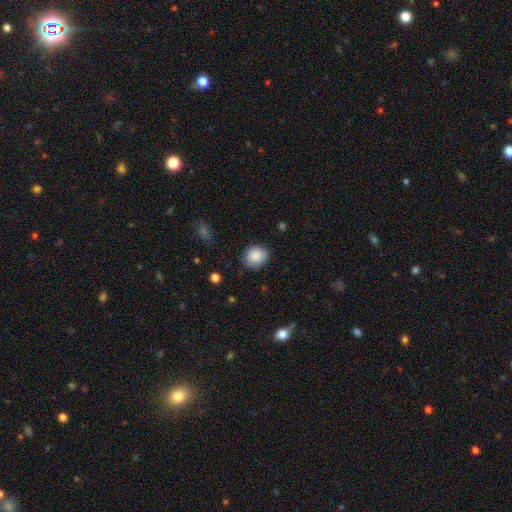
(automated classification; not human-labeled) smooth-or-featured: smooth: 87% | star or artifact: 8% | featured or disk: 5%
  how-rounded: round: 72% | in between: 27% | cigar-shaped: 1%
  merging: none: 79% | minor disturbance: 16% | major disturbance: 3% | merger: 1%